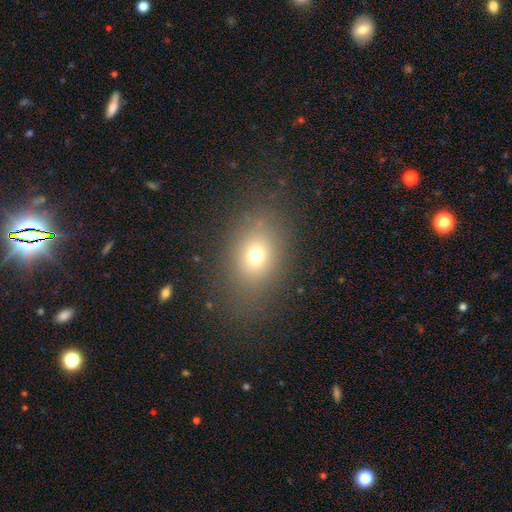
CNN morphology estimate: A smooth galaxy with no disk features (70%) that is in between round and cigar-shaped (62%). Merging: none (79%).